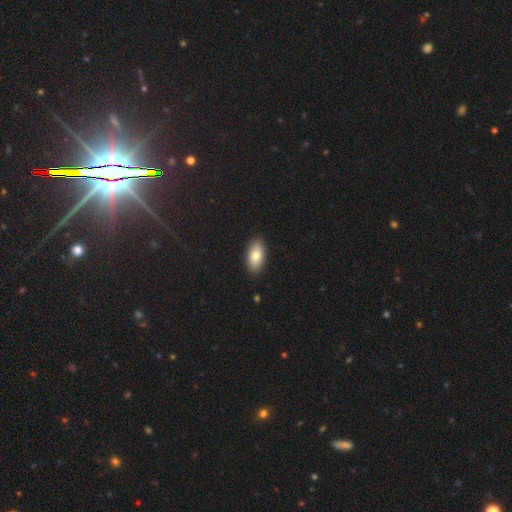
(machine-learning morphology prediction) A smooth galaxy with no disk features (80%) that is in between round and cigar-shaped (92%).

Vote fractions:
- Smooth or featured? smooth: 80% / featured or disk: 13% / star or artifact: 7%
- How rounded? in between: 92% / cigar-shaped: 5% / round: 3%
- Merging? none: 89% / minor disturbance: 8% / major disturbance: 2% / merger: 1%